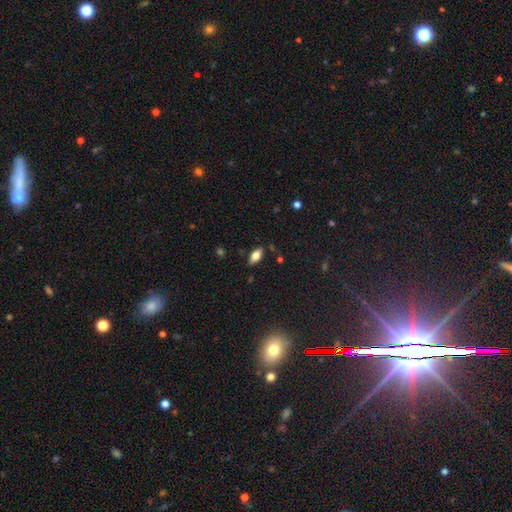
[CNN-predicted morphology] A smooth galaxy with no disk features (69%) that is in between round and cigar-shaped (87%).

Vote fractions:
- Smooth or featured? smooth: 69% / featured or disk: 22% / star or artifact: 9%
- How rounded? in between: 87% / cigar-shaped: 10% / round: 3%
- Merging? none: 83% / minor disturbance: 12% / major disturbance: 3% / merger: 2%